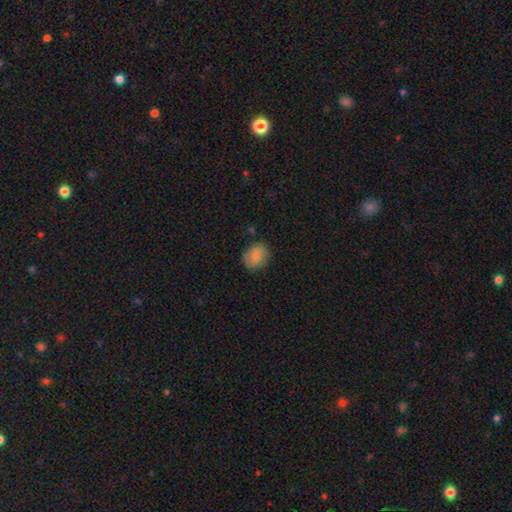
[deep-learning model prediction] smooth-or-featured: smooth: 83% | featured or disk: 9% | star or artifact: 7%
  how-rounded: round: 56% | in between: 43% | cigar-shaped: 1%
  merging: none: 80% | minor disturbance: 15% | major disturbance: 3% | merger: 2%